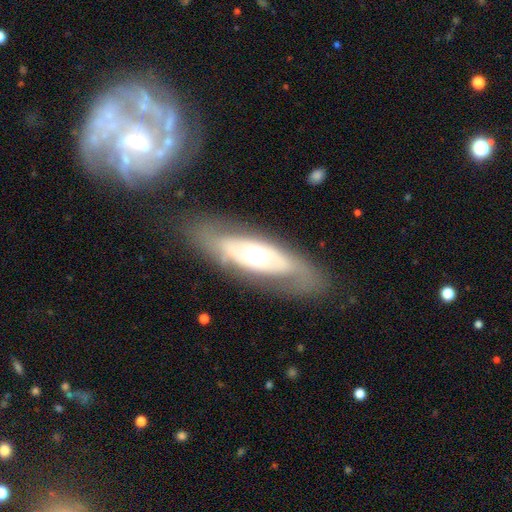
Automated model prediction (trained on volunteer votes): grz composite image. It shows a featured or disk galaxy (71%) with no bar (75%), spiral arms (53%) and a moderate central bulge (61%). Merging: none (77%).